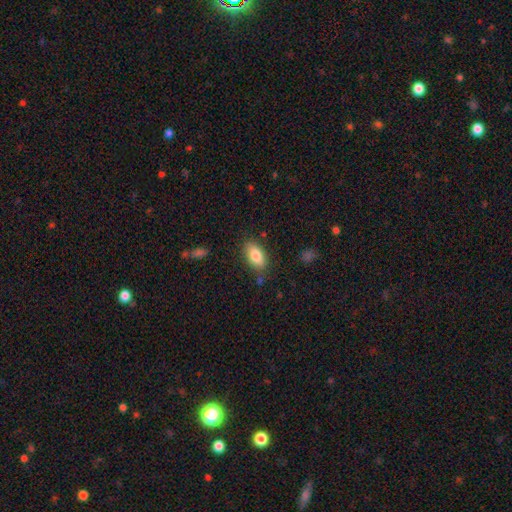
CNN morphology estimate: smooth_or_featured: smooth (p=0.84) [alt: featured or disk p=0.09]
how_rounded: in between (p=0.92) [alt: round p=0.04]
merging: none (p=0.82) [alt: minor disturbance p=0.13]